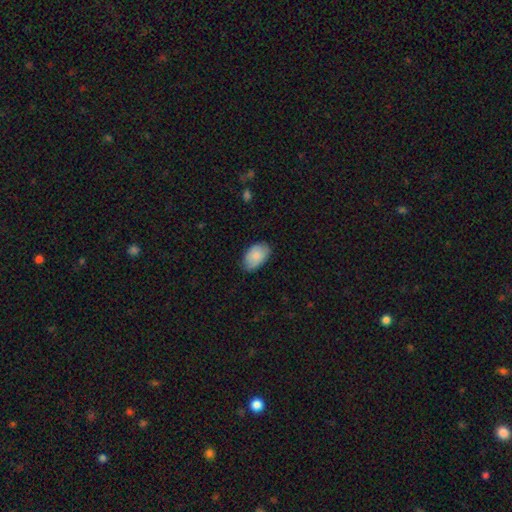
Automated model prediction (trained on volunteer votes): Smooth or featured? Predicted: smooth (p=0.84). How rounded? Predicted: in between (p=0.92). Merging? Predicted: none (p=0.74).